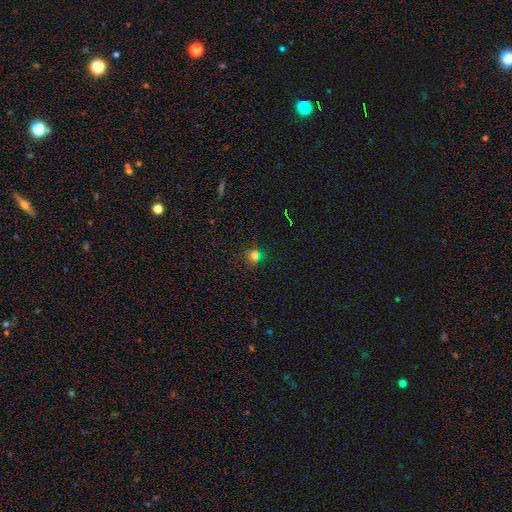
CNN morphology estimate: Smooth or featured?
  - smooth: 62% *
  - star or artifact: 31%
  - featured or disk: 6%
How rounded?
  - round: 86% *
  - in between: 12%
  - cigar-shaped: 1%
Merging?
  - none: 84% *
  - minor disturbance: 10%
  - major disturbance: 4%
  - merger: 2%